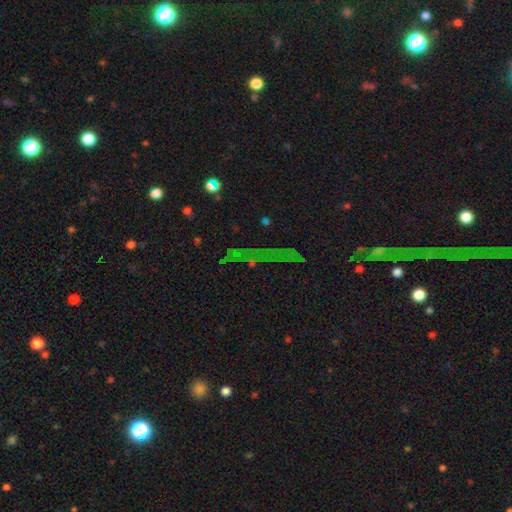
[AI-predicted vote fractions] This appears to be a star or artifact, not a galaxy (78%).